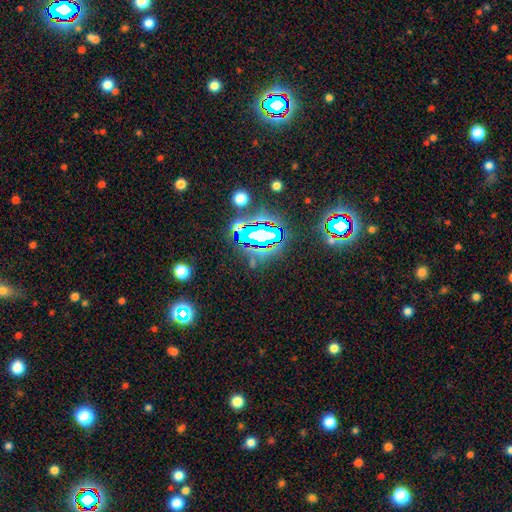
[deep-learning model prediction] Smooth or featured?
  - star or artifact: 81% *
  - smooth: 11%
  - featured or disk: 8%